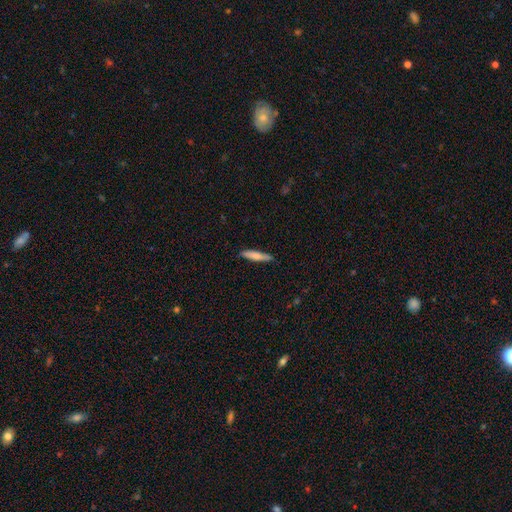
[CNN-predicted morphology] This appears to be a smooth galaxy with no disk features (71%) that is cigar-shaped (88%). Merging: none (87%).